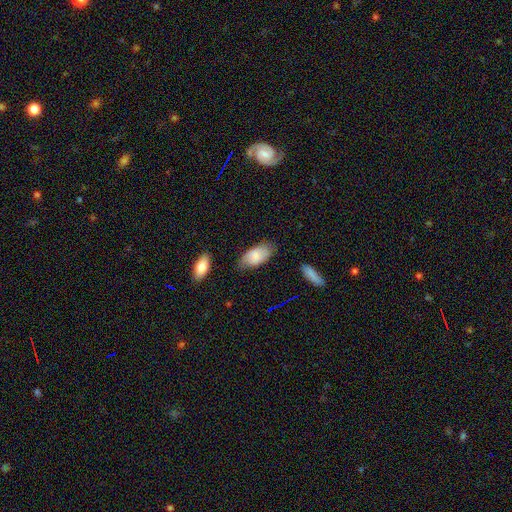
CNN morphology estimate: This is likely a smooth galaxy (78%). How rounded: clearly in between (94%). Merging: likely none (70%).